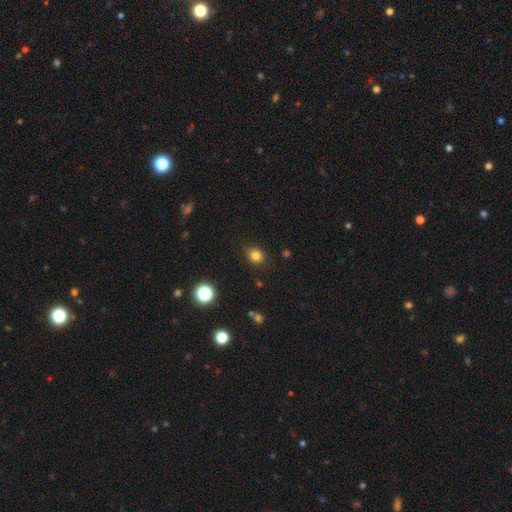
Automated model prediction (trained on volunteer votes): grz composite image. It shows a smooth galaxy with no disk features (81%) that is round (62%). Merging: none (86%).